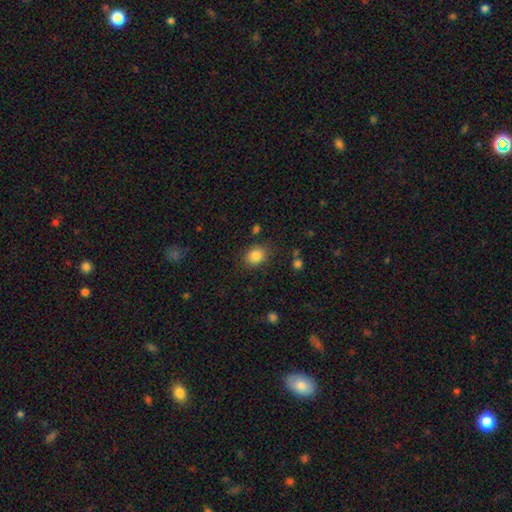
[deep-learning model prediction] Morphology: type=smooth (84%); roundness=round (53%); merging=none (82%).